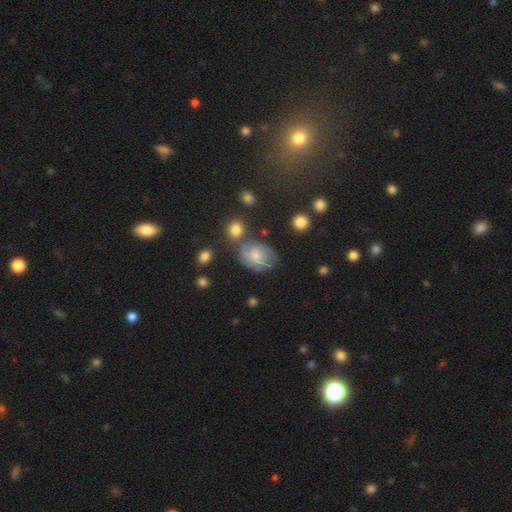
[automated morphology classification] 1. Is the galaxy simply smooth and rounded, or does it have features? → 59% smooth, 31% featured or disk, 10% star or artifact.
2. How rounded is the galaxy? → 57% in between, 42% round, 1% cigar-shaped.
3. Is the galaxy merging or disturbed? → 48% none, 26% minor disturbance, 13% major disturbance, 13% merger.